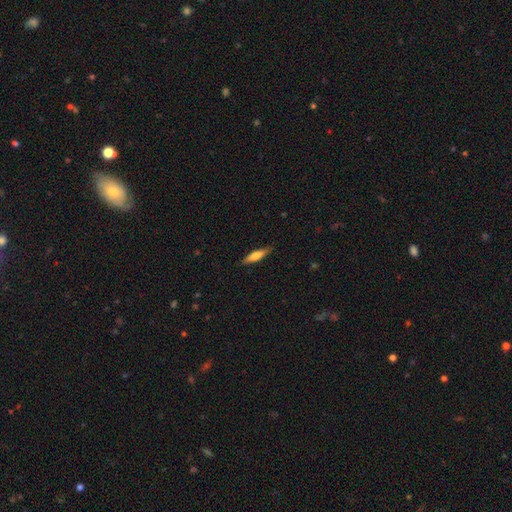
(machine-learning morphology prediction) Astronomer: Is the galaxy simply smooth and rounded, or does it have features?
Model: smooth — 59% (runner-up: featured or disk, 35%).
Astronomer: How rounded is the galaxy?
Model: cigar-shaped — 74%.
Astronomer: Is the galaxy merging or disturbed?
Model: none — 86%.